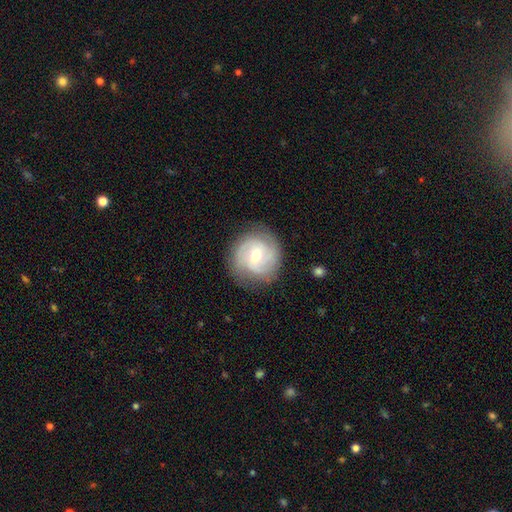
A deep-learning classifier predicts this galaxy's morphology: type=featured or disk (74%); edge-on=no (98%); bar=no (44%, tied with weak); spiral arms=yes (92%); winding=tight (52%); arm count=2 (50%); bulge=moderate (65%); merging=none (81%).